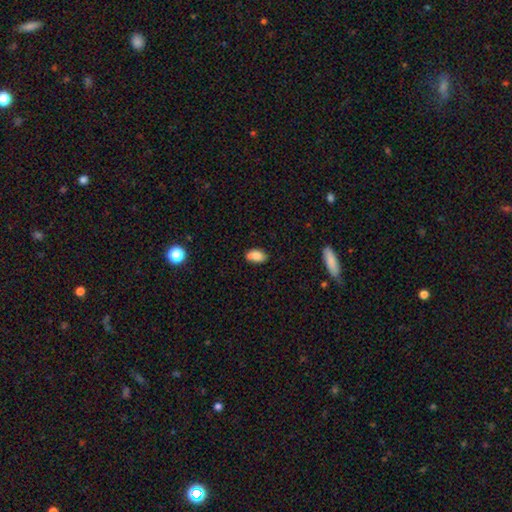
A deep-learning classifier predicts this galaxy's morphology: Smooth or featured?
  - smooth: 80% *
  - featured or disk: 11%
  - star or artifact: 9%
How rounded?
  - in between: 89% *
  - round: 8%
  - cigar-shaped: 2%
Merging?
  - none: 55% *
  - minor disturbance: 21%
  - merger: 18%
  - major disturbance: 5%